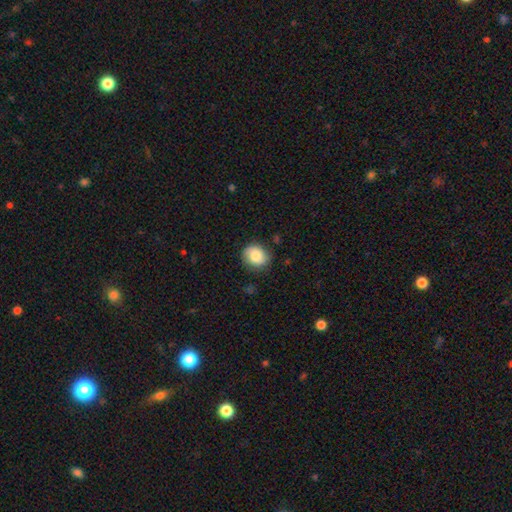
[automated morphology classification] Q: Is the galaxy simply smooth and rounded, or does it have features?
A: smooth — 81%.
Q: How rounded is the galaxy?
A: round — 71%.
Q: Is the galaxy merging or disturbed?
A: none — 80%.